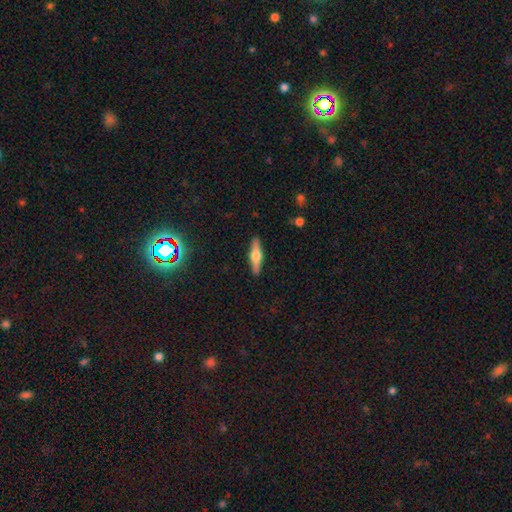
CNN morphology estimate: Smooth or featured?
  - featured or disk: 56% *
  - smooth: 38%
  - star or artifact: 6%
Edge-on disk?
  - yes: 95% *
  - no: 5%
Edge-on bulge?
  - rounded: 94% *
  - boxy: 4%
  - none: 2%
Merging?
  - none: 90% *
  - minor disturbance: 7%
  - major disturbance: 2%
  - merger: 1%